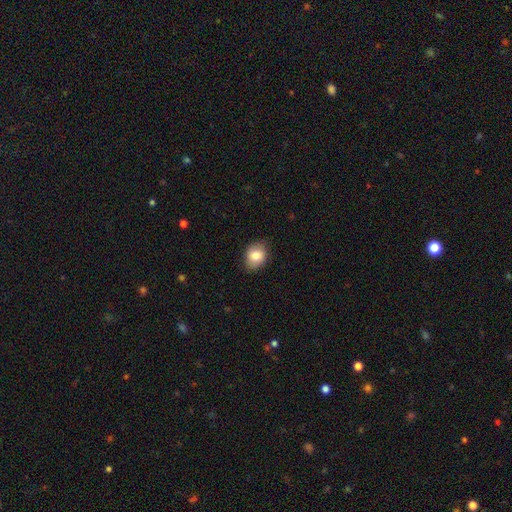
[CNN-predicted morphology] Smooth or featured: smooth — 81% (featured or disk — 11%)
How rounded: in between — 60% (round — 39%)
Merging: none — 81% (minor disturbance — 15%)